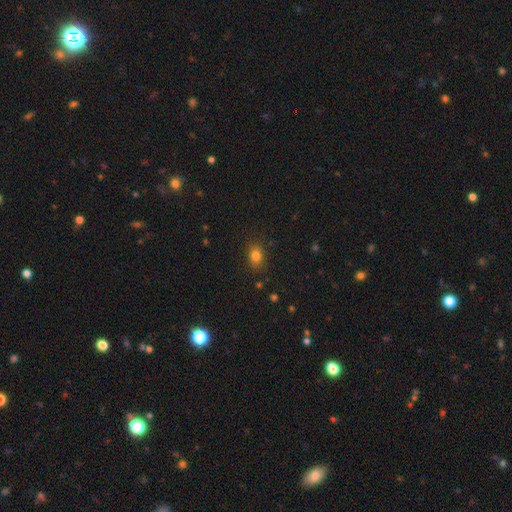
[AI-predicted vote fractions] smooth-or-featured: smooth: 81% | star or artifact: 12% | featured or disk: 7%
  how-rounded: in between: 63% | round: 35% | cigar-shaped: 1%
  merging: none: 83% | minor disturbance: 13% | major disturbance: 3% | merger: 1%